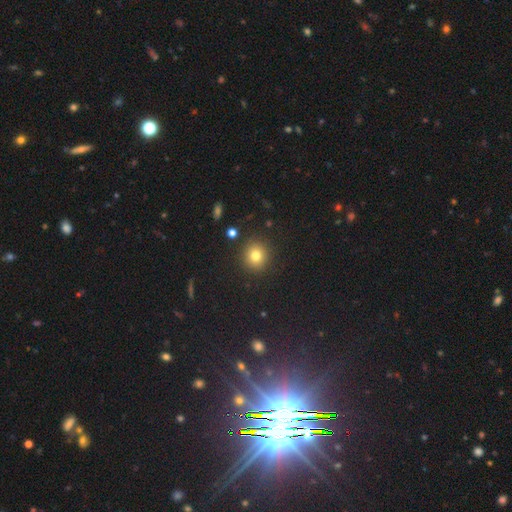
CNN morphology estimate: type=smooth (78%); roundness=round (89%); merging=none (90%).